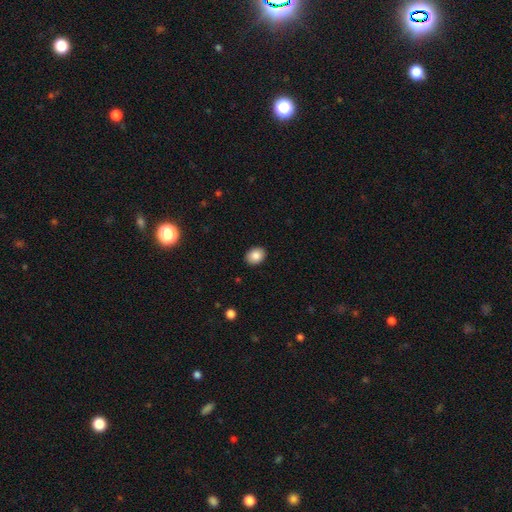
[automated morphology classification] Smooth or featured?
  - smooth: 86% *
  - star or artifact: 8%
  - featured or disk: 6%
How rounded?
  - in between: 65% *
  - round: 34%
  - cigar-shaped: 1%
Merging?
  - none: 90% *
  - minor disturbance: 7%
  - major disturbance: 2%
  - merger: 1%